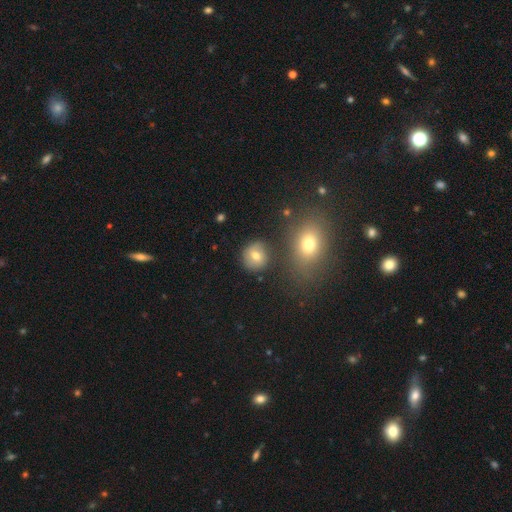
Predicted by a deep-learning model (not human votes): Smooth or featured: smooth — 69% (featured or disk — 19%)
How rounded: round — 83% (in between — 16%)
Merging: none — 79% (minor disturbance — 12%)